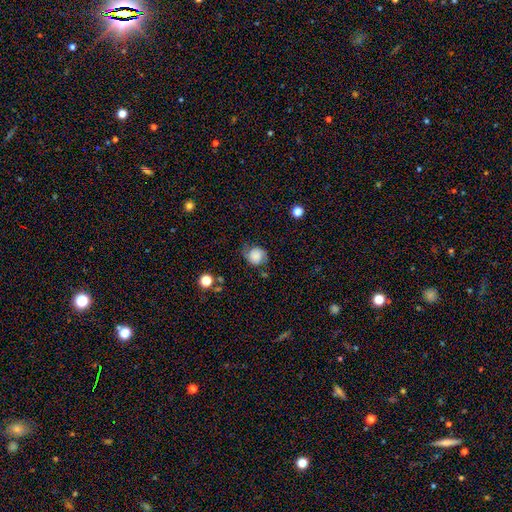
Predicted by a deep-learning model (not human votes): A smooth galaxy with no disk features (65%) that is round (75%).

Vote fractions:
- Smooth or featured? smooth: 65% / featured or disk: 25% / star or artifact: 10%
- How rounded? round: 75% / in between: 24% / cigar-shaped: 1%
- Merging? none: 58% / minor disturbance: 29% / major disturbance: 11% / merger: 2%